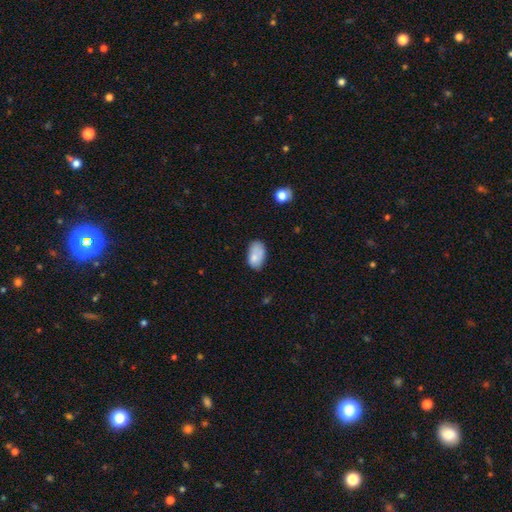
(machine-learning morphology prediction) Smooth or featured?
  - smooth: 76% *
  - featured or disk: 16%
  - star or artifact: 8%
How rounded?
  - in between: 91% *
  - round: 7%
  - cigar-shaped: 1%
Merging?
  - none: 57% *
  - minor disturbance: 28%
  - major disturbance: 8%
  - merger: 8%